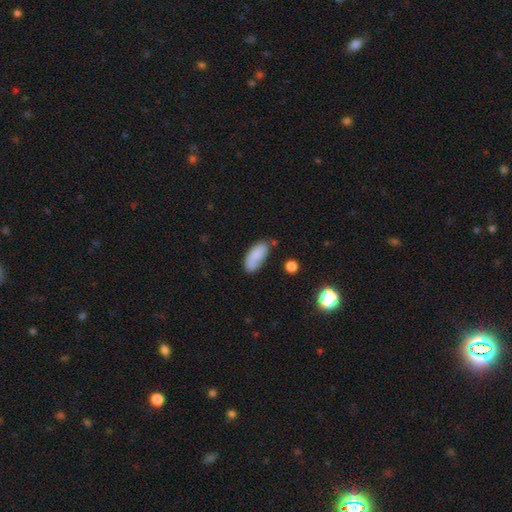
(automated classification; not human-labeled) This appears to be a smooth galaxy with no disk features (79%) that is in between round and cigar-shaped (88%). Merging: none (62%).